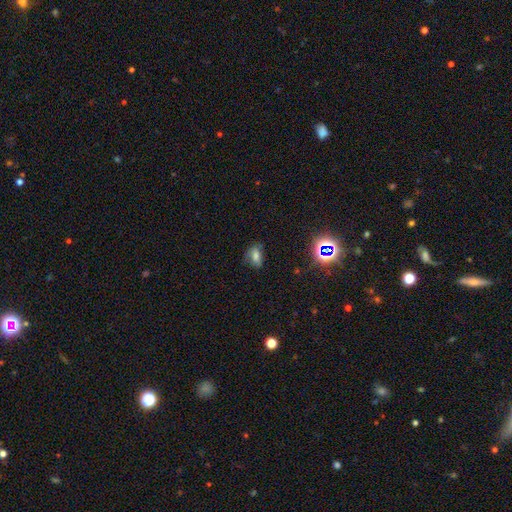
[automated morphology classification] The model was most divided on "merging": none: 62%, minor disturbance: 26%, major disturbance: 10%, merger: 2%. More confident: how rounded — in between (83%); smooth or featured — smooth (62%).